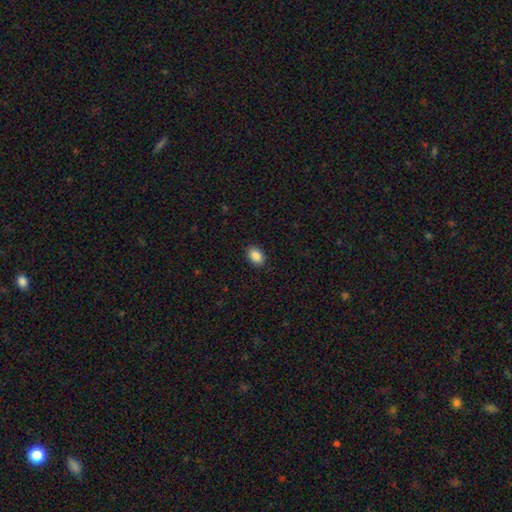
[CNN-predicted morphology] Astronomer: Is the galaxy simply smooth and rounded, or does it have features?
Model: smooth — 89%.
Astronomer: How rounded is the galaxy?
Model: in between — 86%.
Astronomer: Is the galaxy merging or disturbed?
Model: none — 88%.